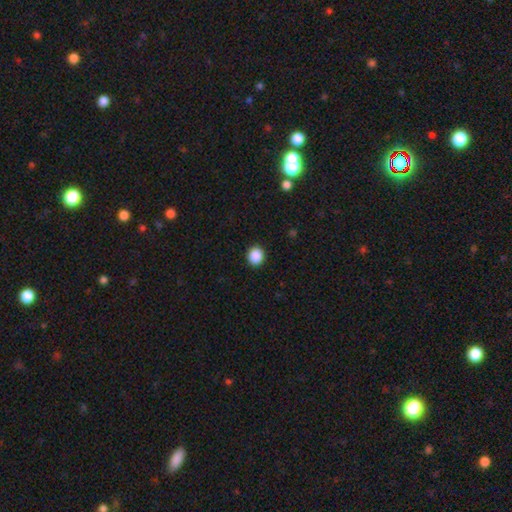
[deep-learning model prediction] smooth_or_featured: smooth (p=0.88) [alt: star or artifact p=0.09]
how_rounded: round (p=0.83) [alt: in between p=0.16]
merging: none (p=0.92) [alt: minor disturbance p=0.05]